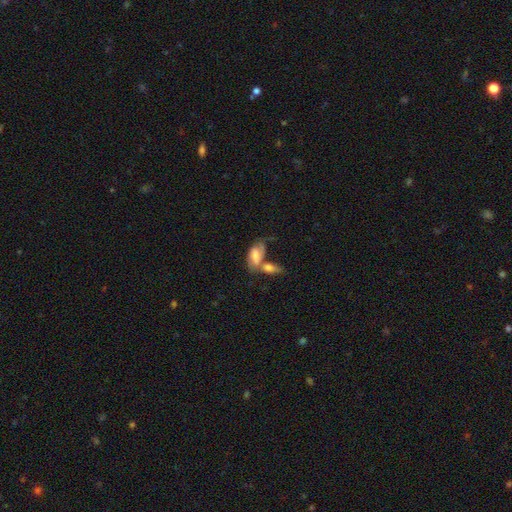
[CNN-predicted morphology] Overall: smooth (53%; featured or disk 39%). How rounded: in between (89%). Merging: merger (52%; none 24%).